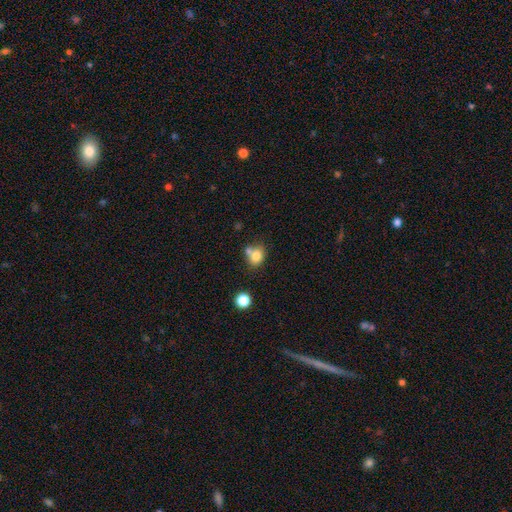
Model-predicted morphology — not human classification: Smooth or featured: smooth — 79% (star or artifact — 11%)
How rounded: round — 54% (in between — 45%)
Merging: none — 48% (merger — 33%)